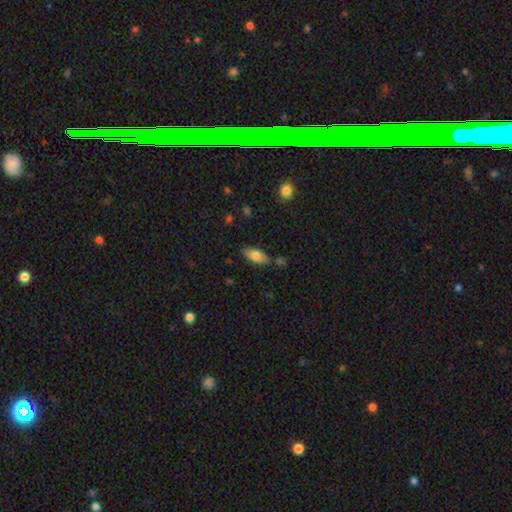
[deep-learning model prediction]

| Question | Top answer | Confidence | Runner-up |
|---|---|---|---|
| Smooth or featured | smooth | 74% | featured or disk (19%) |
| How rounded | in between | 82% | cigar-shaped (15%) |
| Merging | none | 75% | minor disturbance (15%) |